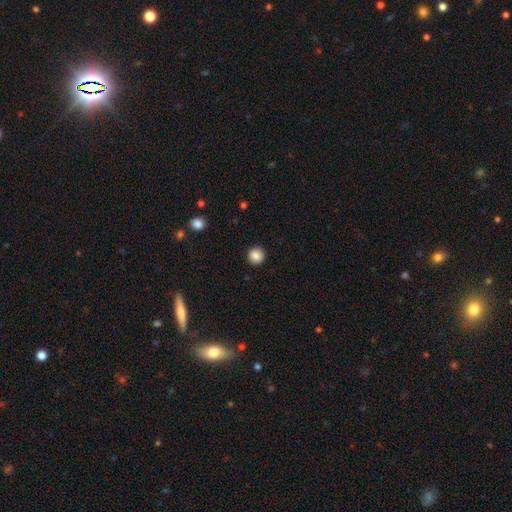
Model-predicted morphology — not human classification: smooth_or_featured: smooth (p=0.87) [alt: star or artifact p=0.09]
how_rounded: round (p=0.94) [alt: in between p=0.05]
merging: none (p=0.92) [alt: minor disturbance p=0.05]